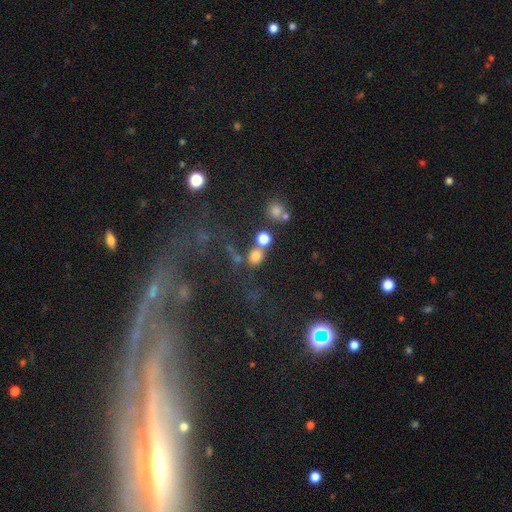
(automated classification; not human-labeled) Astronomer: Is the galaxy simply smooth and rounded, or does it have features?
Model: smooth — 73%.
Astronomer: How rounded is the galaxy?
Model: round — 65%.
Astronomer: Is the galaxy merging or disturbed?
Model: none — 56%.